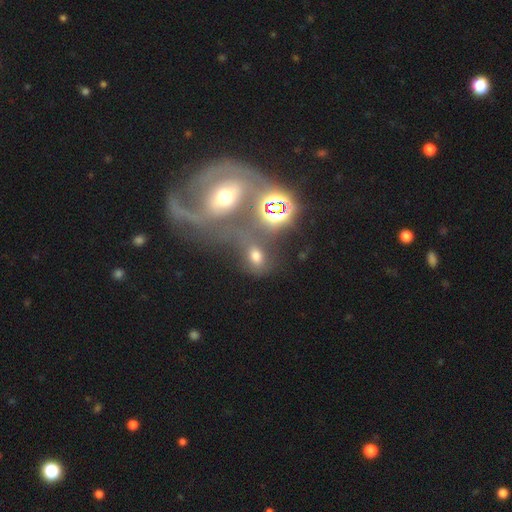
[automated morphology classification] This appears to be a smooth galaxy with no disk features (55%) that is in between round and cigar-shaped (70%). Merging: none (54%).